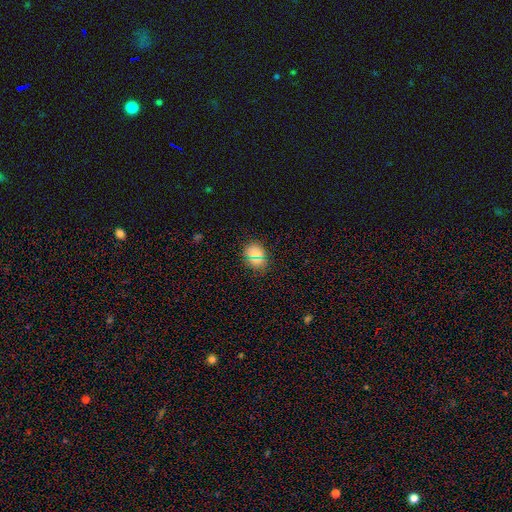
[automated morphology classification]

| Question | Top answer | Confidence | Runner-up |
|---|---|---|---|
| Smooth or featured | smooth | 72% | star or artifact (21%) |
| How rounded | round | 57% | in between (41%) |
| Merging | none | 87% | minor disturbance (9%) |